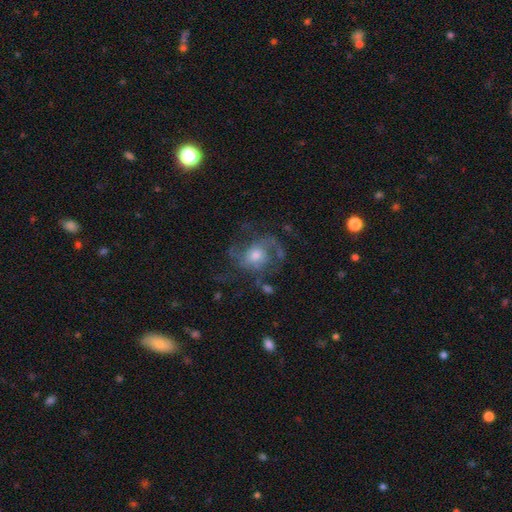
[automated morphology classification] Smooth or featured? featured or disk (73%)
Edge-on disk? no (97%)
Bar? no (73%)
Spiral arms? yes (85%)
Spiral winding? medium (48%)
Spiral arm count? 2 (35%)
Bulge size? moderate (60%)
Merging? none (55%)